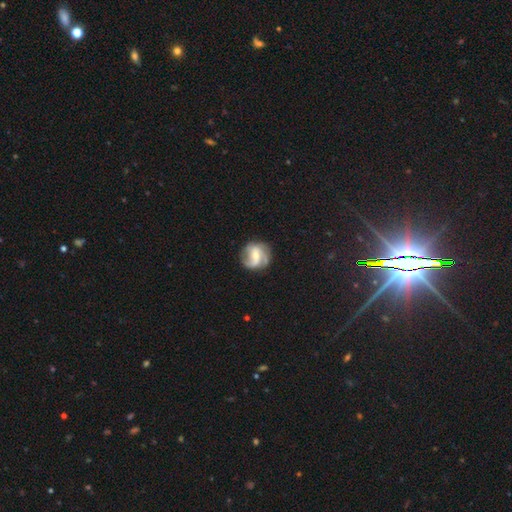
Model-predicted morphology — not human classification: Overall: featured or disk (78%). Edge-on disk: no (98%). Bar: weak (46%; no 28%). Spiral arms: yes (93%). Spiral arm count: 2 (37%; 3 35%). Spiral winding: medium (45%; tight 33%). Bulge size: moderate (51%; small 42%). Merging: none (74%).